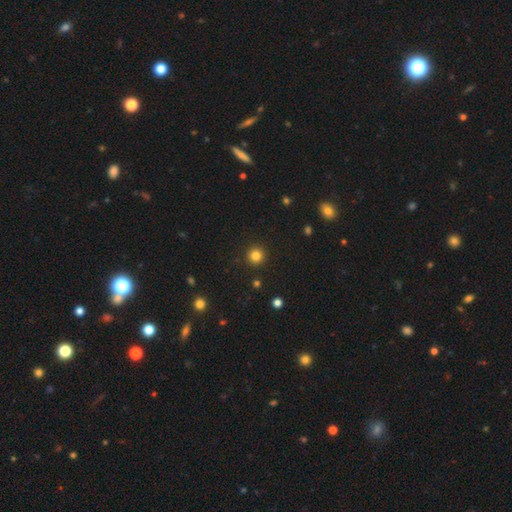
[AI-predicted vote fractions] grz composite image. It shows a smooth galaxy with no disk features (83%) that is round (95%). Merging: none (92%).